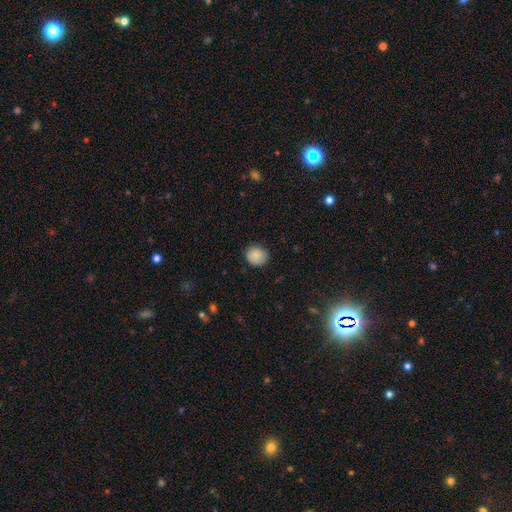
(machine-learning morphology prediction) This is clearly a smooth galaxy (88%). How rounded: likely round (80%). Merging: clearly none (83%).